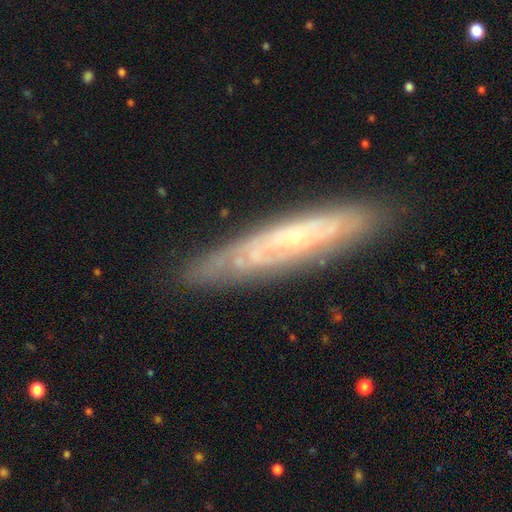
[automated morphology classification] Smooth or featured?
  - featured or disk: 60% *
  - smooth: 26%
  - star or artifact: 14%
Edge-on disk?
  - no: 55% *
  - yes: 45%
Merging?
  - none: 74% *
  - minor disturbance: 16%
  - major disturbance: 6%
  - merger: 4%